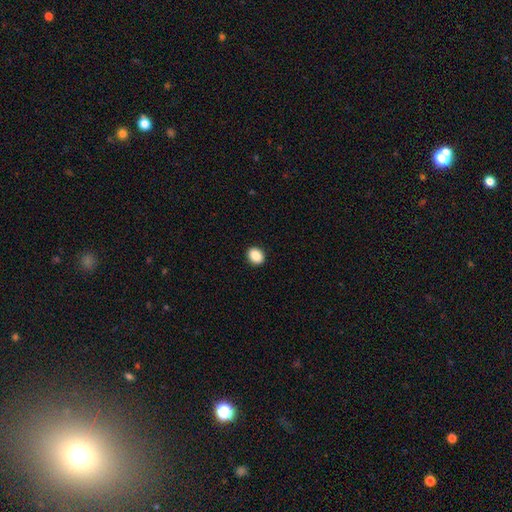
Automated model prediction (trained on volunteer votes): Smooth or featured? Predicted: smooth (p=0.88). How rounded? Predicted: round (p=0.53). Merging? Predicted: none (p=0.92).